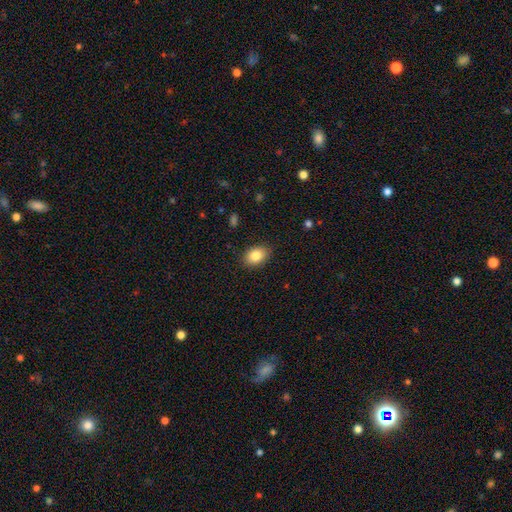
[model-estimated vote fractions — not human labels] smooth-or-featured: smooth: 84% | featured or disk: 8% | star or artifact: 8%
  how-rounded: in between: 78% | round: 21% | cigar-shaped: 1%
  merging: none: 87% | minor disturbance: 10% | major disturbance: 2% | merger: 1%